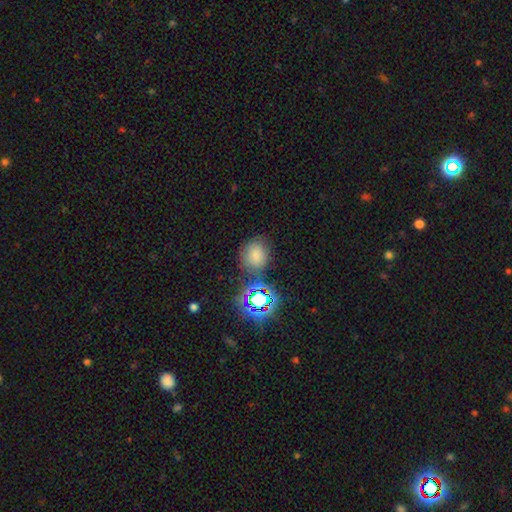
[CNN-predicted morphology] smooth-or-featured: smooth: 56% | star or artifact: 34% | featured or disk: 10%
  how-rounded: round: 73% | in between: 26% | cigar-shaped: 1%
  merging: none: 75% | minor disturbance: 13% | merger: 8% | major disturbance: 4%